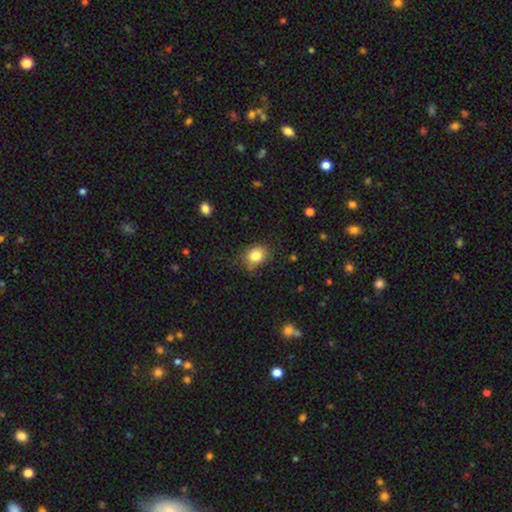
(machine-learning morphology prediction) smooth-or-featured: smooth: 82% | star or artifact: 11% | featured or disk: 7%
  how-rounded: round: 56% | in between: 43% | cigar-shaped: 1%
  merging: none: 77% | minor disturbance: 18% | major disturbance: 4% | merger: 2%